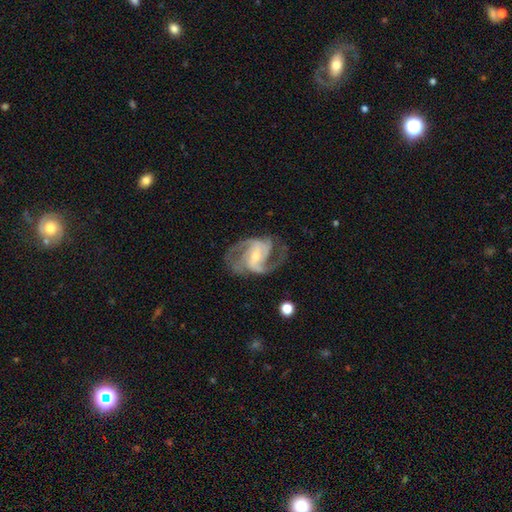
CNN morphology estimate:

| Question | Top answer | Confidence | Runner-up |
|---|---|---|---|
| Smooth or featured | featured or disk | 91% | smooth (5%) |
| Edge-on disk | no | 98% | yes (2%) |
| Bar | weak | 47% | strong (30%) |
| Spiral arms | yes | 97% | no (3%) |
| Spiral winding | medium | 57% | tight (22%) |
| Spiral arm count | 3 | 38% | tied: 2 (38%) |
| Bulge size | small | 49% | moderate (45%) |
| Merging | none | 65% | minor disturbance (18%) |